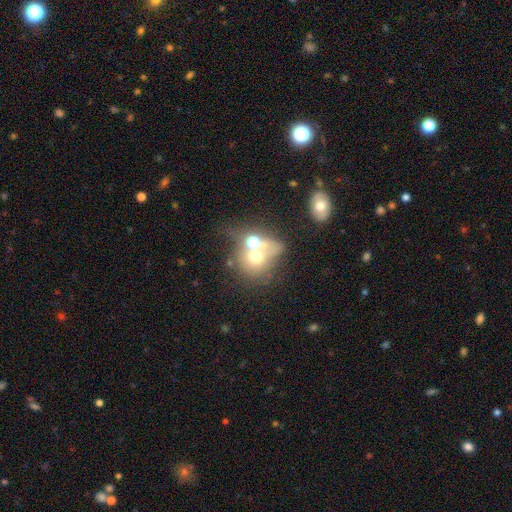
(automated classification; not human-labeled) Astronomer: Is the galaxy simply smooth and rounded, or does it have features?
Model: smooth — 56%.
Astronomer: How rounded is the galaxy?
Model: round — 72%.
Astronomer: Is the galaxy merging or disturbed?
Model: merger — 52% (runner-up: none, 29%).